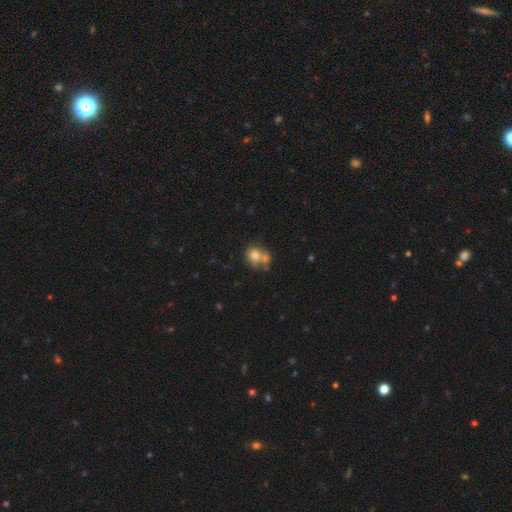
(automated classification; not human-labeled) smooth 73%, featured or disk 16%, star or artifact 10%. Down the decision tree: how rounded — round (69%); merging — merger (45%).